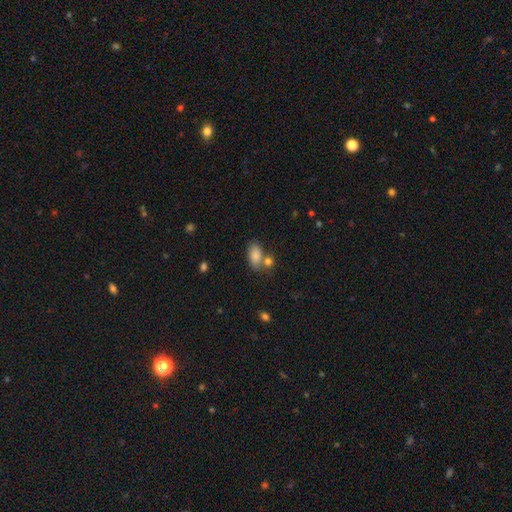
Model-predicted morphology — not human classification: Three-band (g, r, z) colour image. It shows a smooth galaxy with no disk features (85%) that is in between round and cigar-shaped (90%). Merging: none (53%).